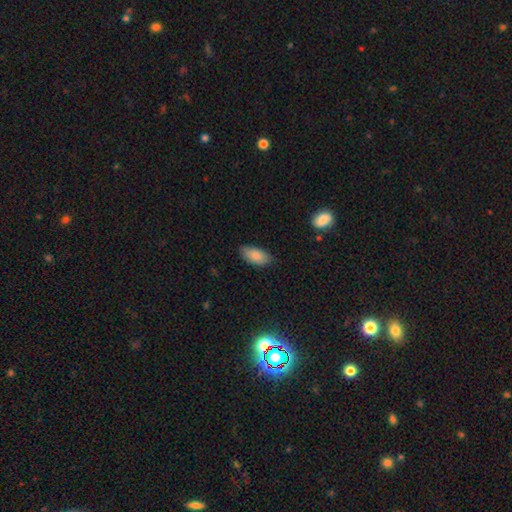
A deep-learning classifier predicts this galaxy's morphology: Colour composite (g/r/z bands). It shows a smooth galaxy with no disk features (86%) that is in between round and cigar-shaped (92%). Merging: none (78%).